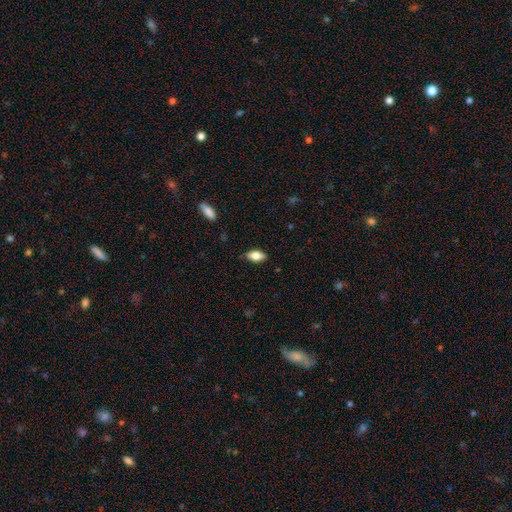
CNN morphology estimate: This appears to be a smooth galaxy with no disk features (72%) that is in between round and cigar-shaped (85%). Merging: none (81%).